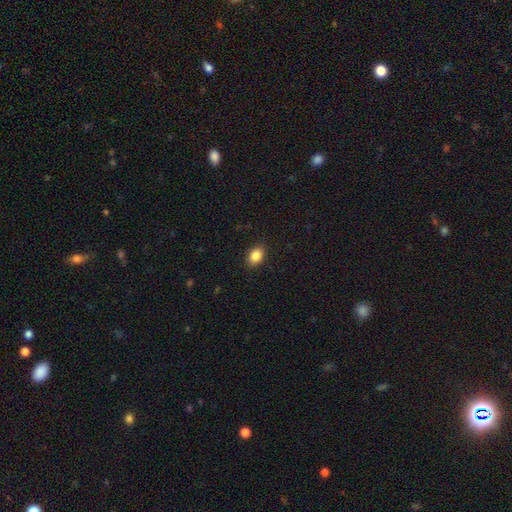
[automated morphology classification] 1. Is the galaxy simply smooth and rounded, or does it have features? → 87% smooth, 9% star or artifact, 5% featured or disk.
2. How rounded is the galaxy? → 78% in between, 20% round, 1% cigar-shaped.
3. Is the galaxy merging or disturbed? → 89% none, 8% minor disturbance, 2% major disturbance, 1% merger.